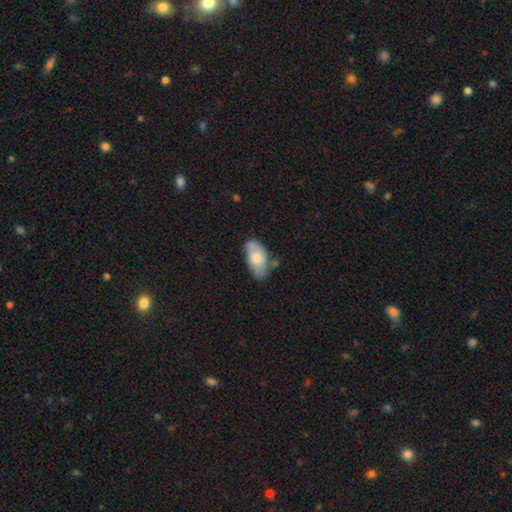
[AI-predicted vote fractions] smooth 63%, featured or disk 29%, star or artifact 8%. Down the decision tree: how rounded — in between (93%); merging — none (65%).